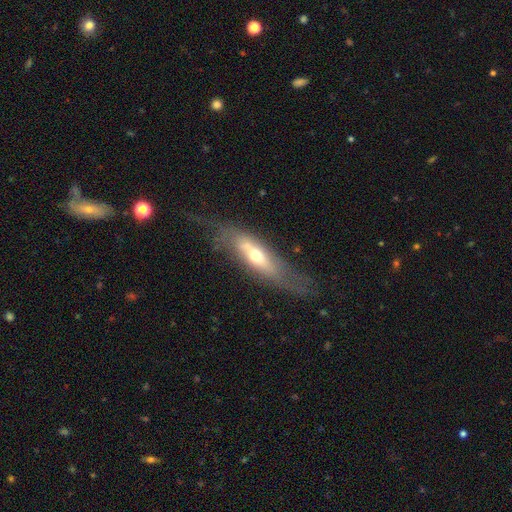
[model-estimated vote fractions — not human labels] featured or disk 60%, smooth 32%, star or artifact 8%. Down the decision tree: edge-on disk — no (51%); merging — none (52%).